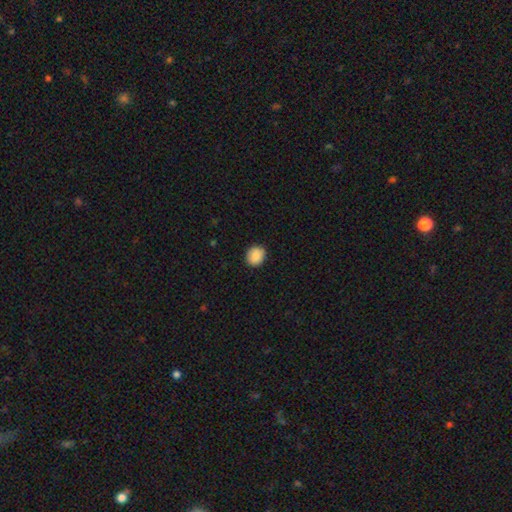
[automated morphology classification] Smooth or featured? Predicted: smooth (p=0.89). How rounded? Predicted: round (p=0.77). Merging? Predicted: none (p=0.90).